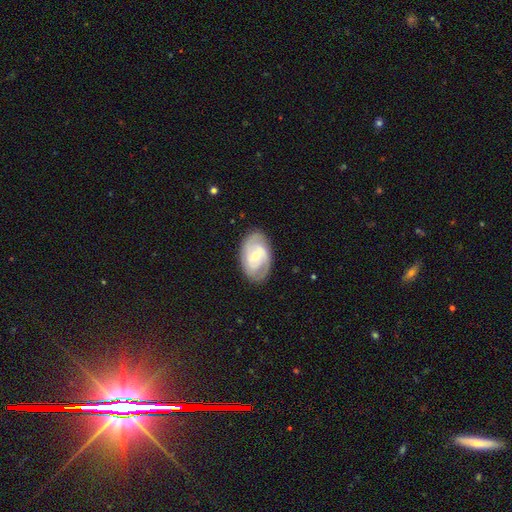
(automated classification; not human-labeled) A featured or disk galaxy (77%) with a weak bar (50%), 2 (59%) tight (51%) spiral arms (91%) and a moderate central bulge (52%).

Vote fractions:
- Smooth or featured? featured or disk: 77% / smooth: 18% / star or artifact: 5%
- Edge-on disk? no: 96% / yes: 4%
- Bar? weak: 50% / no: 34% / strong: 16%
- Spiral arms? yes: 91% / no: 9%
- Spiral winding? tight: 51% / medium: 39% / loose: 10%
- Spiral arm count? 2: 59% / can't tell: 18% / 3: 15% / 1: 3% / 4: 3% / more than 4: 2%
- Bulge size? moderate: 52% / small: 43% / large: 3% / none: 1% / dominant: 1%
- Merging? none: 82% / minor disturbance: 13% / major disturbance: 4% / merger: 1%